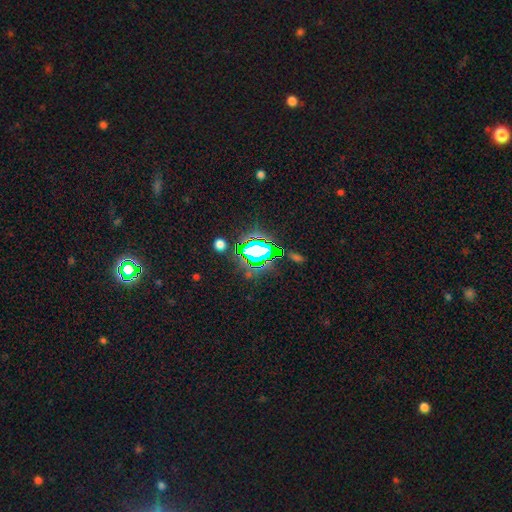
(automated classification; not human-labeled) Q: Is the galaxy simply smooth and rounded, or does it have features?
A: star or artifact — 71%.